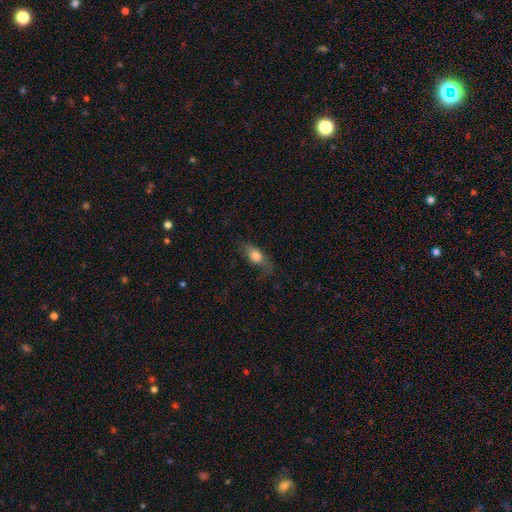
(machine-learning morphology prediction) smooth 74%, featured or disk 18%, star or artifact 8%. Down the decision tree: how rounded — in between (80%); merging — none (53%).